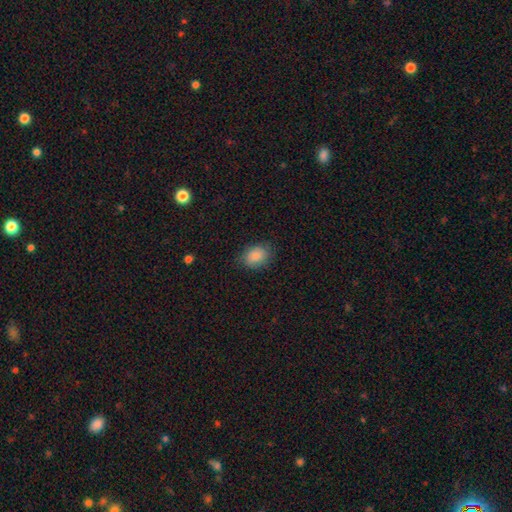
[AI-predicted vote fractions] Smooth or featured?
  - smooth: 88% *
  - star or artifact: 8%
  - featured or disk: 4%
How rounded?
  - in between: 66% *
  - round: 33%
  - cigar-shaped: 1%
Merging?
  - none: 80% *
  - minor disturbance: 15%
  - major disturbance: 4%
  - merger: 1%